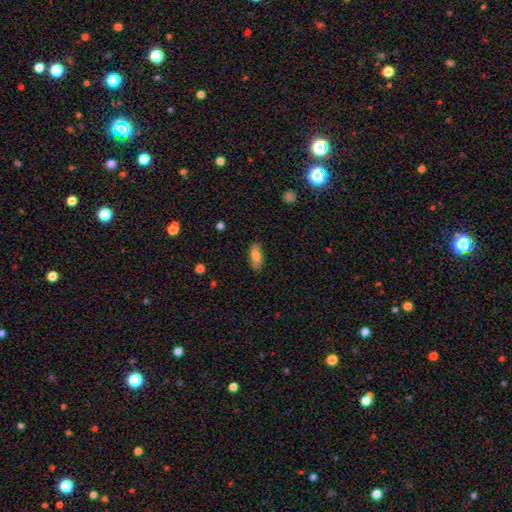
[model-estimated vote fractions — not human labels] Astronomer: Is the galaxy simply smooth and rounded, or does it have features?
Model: smooth — 77%.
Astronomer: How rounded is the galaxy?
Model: in between — 83%.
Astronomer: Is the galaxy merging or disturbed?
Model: none — 85%.